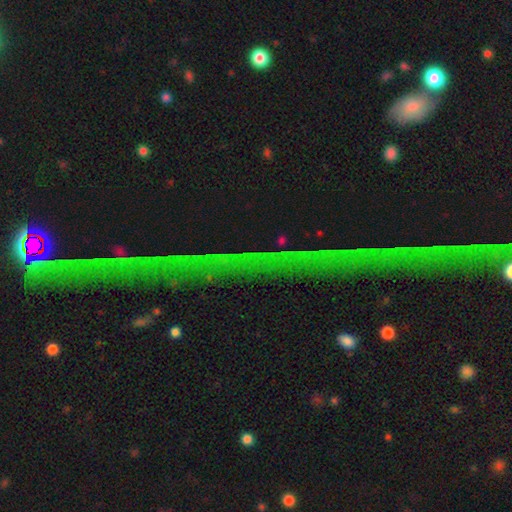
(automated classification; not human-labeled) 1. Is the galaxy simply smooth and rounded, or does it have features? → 73% star or artifact, 15% featured or disk, 12% smooth.